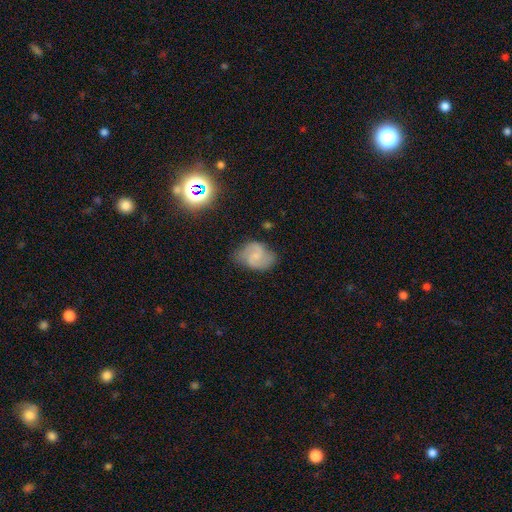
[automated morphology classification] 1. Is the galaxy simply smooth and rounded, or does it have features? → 66% featured or disk, 26% smooth, 8% star or artifact.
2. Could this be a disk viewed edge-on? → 97% no, 3% yes.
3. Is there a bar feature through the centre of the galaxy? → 47% weak, 45% no, 8% strong.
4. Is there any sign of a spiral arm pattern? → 92% yes, 8% no.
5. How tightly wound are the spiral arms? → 53% medium, 26% loose, 22% tight.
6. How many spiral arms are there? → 88% 2, 7% can't tell, 2% 1, 2% 3, 1% 4, 1% more than 4.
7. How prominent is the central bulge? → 53% small, 26% moderate, 18% none, 2% large, 1% dominant.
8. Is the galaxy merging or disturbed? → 67% none, 24% minor disturbance, 7% major disturbance, 2% merger.